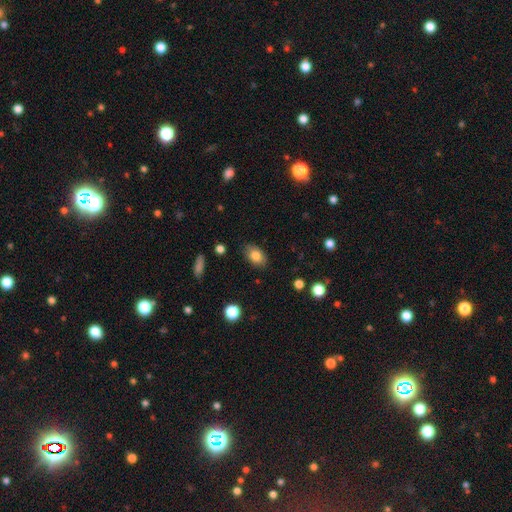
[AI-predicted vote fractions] Smooth or featured? Predicted: smooth (p=0.81). How rounded? Predicted: in between (p=0.86). Merging? Predicted: none (p=0.85).